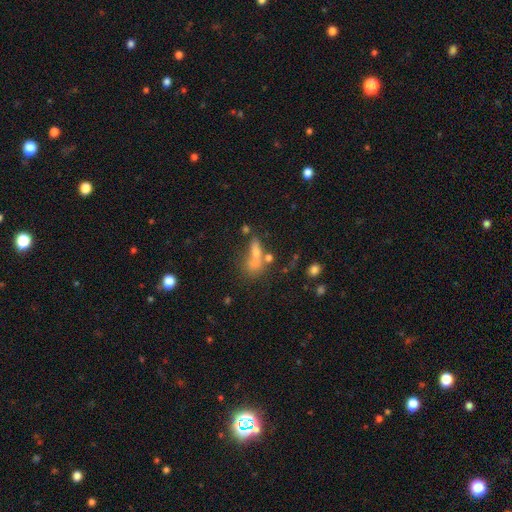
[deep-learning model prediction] smooth-or-featured: smooth: 58% | featured or disk: 24% | star or artifact: 18%
  how-rounded: in between: 53% | cigar-shaped: 24% | round: 23%
  merging: merger: 43% | none: 33% | minor disturbance: 12% | major disturbance: 11%